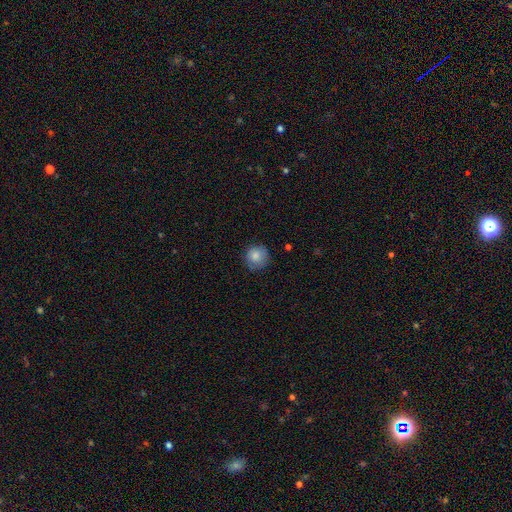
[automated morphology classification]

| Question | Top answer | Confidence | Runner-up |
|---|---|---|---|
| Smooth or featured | smooth | 82% | featured or disk (9%) |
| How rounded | round | 92% | in between (7%) |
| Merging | none | 80% | minor disturbance (16%) |